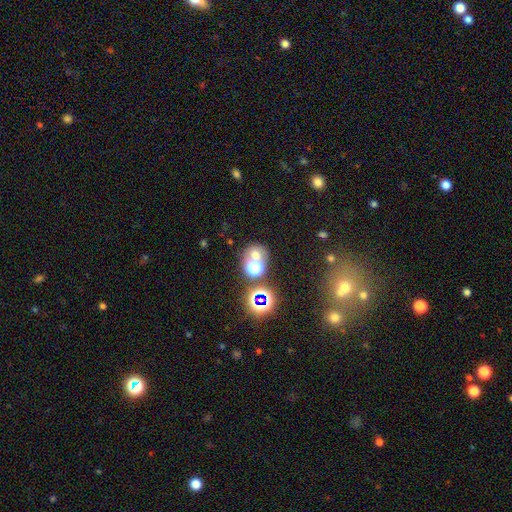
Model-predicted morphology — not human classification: smooth_or_featured: smooth (p=0.53) [alt: star or artifact p=0.33]
how_rounded: round (p=0.72) [alt: in between p=0.27]
merging: none (p=0.50) [alt: merger p=0.36]